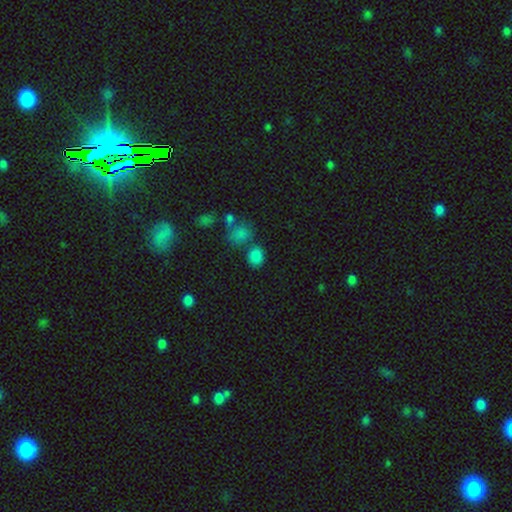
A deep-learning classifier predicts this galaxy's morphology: This is clearly a smooth galaxy (81%). How rounded: possibly round (50%). Merging: possibly none (59%).